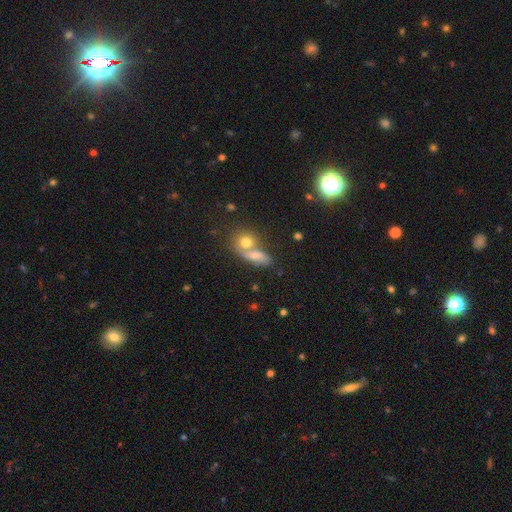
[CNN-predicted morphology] Smooth or featured? Predicted: smooth (p=0.63). How rounded? Predicted: in between (p=0.62). Merging? Predicted: merger (p=0.49).